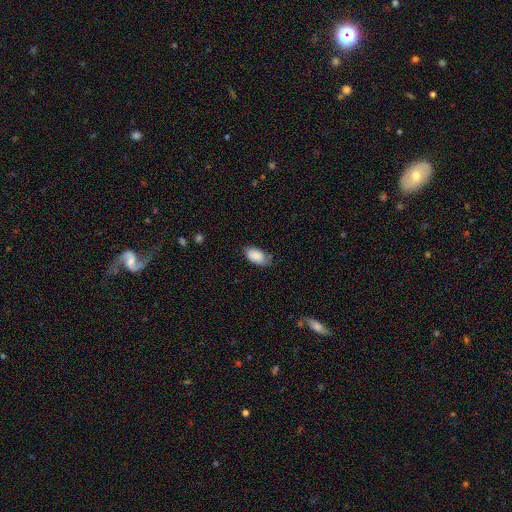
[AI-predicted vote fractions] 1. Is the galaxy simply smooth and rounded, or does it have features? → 85% smooth, 8% featured or disk, 7% star or artifact.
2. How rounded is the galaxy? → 94% in between, 3% round, 2% cigar-shaped.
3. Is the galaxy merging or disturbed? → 64% none, 29% minor disturbance, 6% major disturbance, 2% merger.